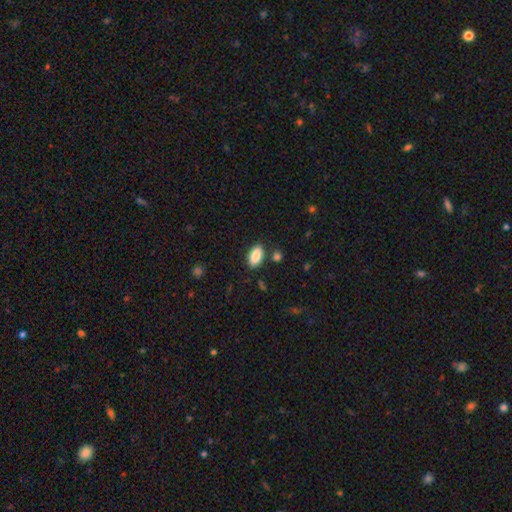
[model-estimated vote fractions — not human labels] A smooth galaxy with no disk features (87%) that is in between round and cigar-shaped (93%).

Vote fractions:
- Smooth or featured? smooth: 87% / star or artifact: 7% / featured or disk: 6%
- How rounded? in between: 93% / cigar-shaped: 4% / round: 3%
- Merging? none: 83% / minor disturbance: 10% / merger: 4% / major disturbance: 2%